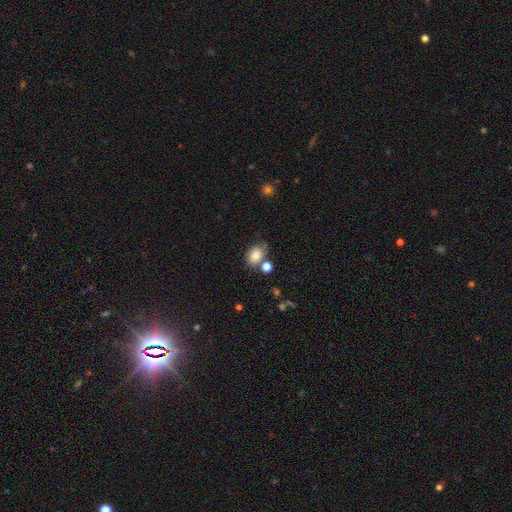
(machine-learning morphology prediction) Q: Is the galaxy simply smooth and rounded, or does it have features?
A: smooth — 82%.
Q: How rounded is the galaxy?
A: in between — 75%.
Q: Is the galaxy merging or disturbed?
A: none — 54%.